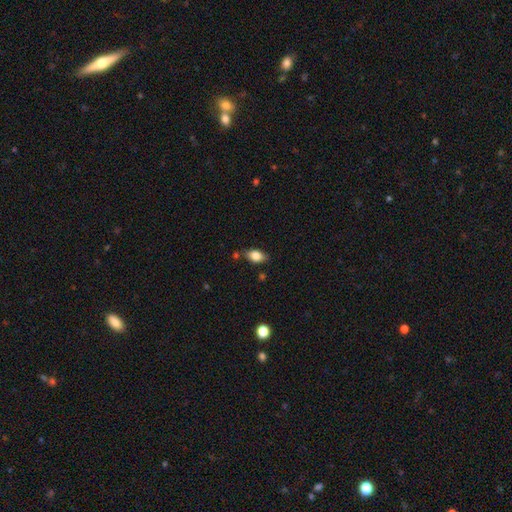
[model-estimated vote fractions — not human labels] This is clearly a smooth galaxy (80%). How rounded: clearly in between (86%). Merging: likely none (74%).